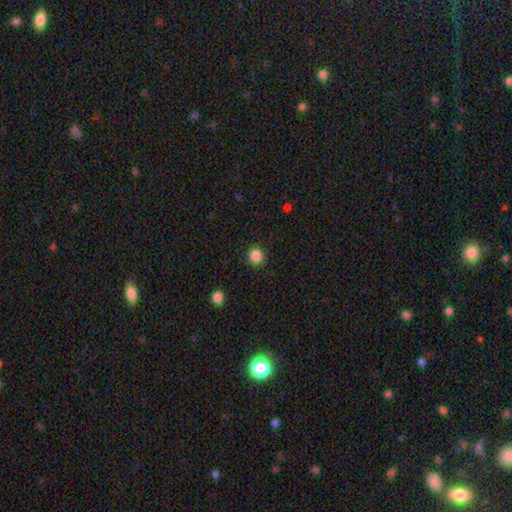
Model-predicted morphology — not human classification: Q: Smooth or featured?
A: smooth (86%); runner-up: star or artifact (10%)
Q: How rounded?
A: round (86%); runner-up: in between (13%)
Q: Merging?
A: none (91%); runner-up: minor disturbance (6%)